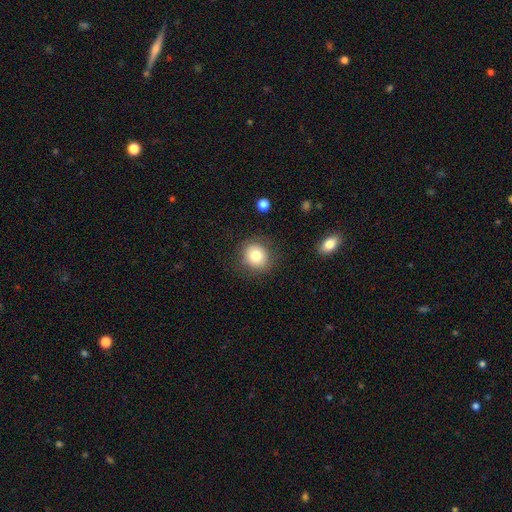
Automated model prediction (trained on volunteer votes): Overall: smooth (79%). How rounded: round (87%). Merging: none (84%).